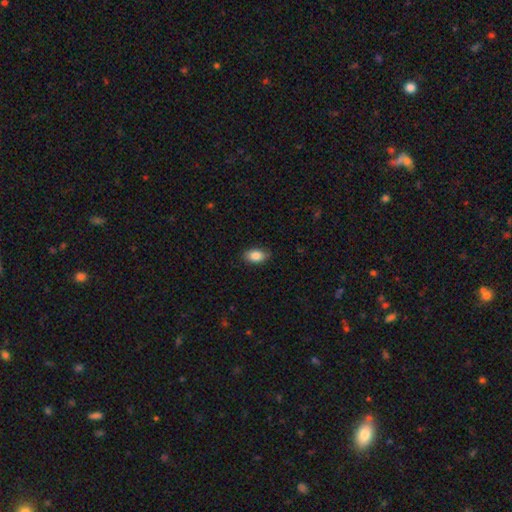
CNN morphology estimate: smooth 87%, star or artifact 7%, featured or disk 6%. Down the decision tree: how rounded — in between (90%); merging — none (86%).